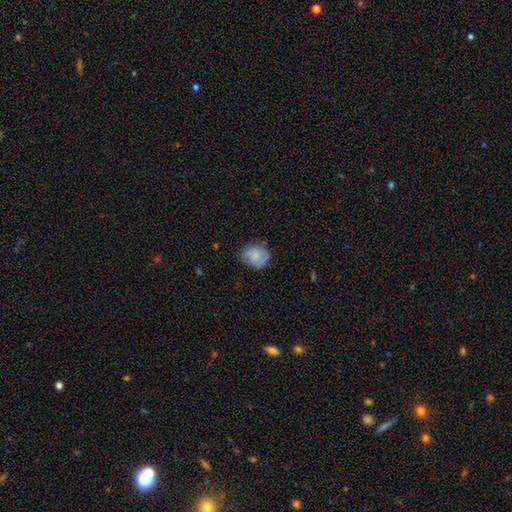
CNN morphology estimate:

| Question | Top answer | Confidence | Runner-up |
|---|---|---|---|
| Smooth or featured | smooth | 68% | featured or disk (24%) |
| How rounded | round | 66% | in between (33%) |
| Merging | none | 67% | minor disturbance (25%) |